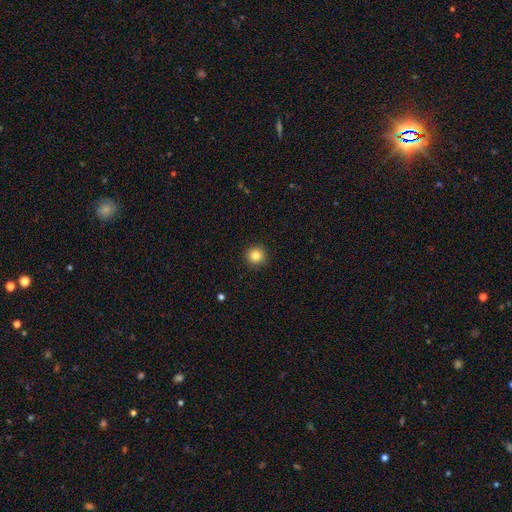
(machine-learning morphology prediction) smooth_or_featured: smooth (p=0.83) [alt: star or artifact p=0.11]
how_rounded: round (p=0.95) [alt: in between p=0.04]
merging: none (p=0.93) [alt: minor disturbance p=0.05]